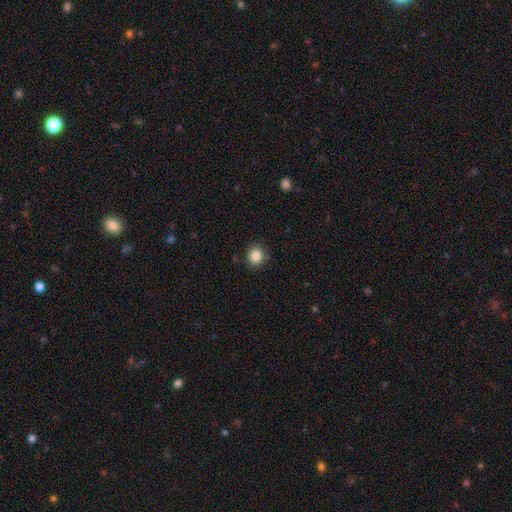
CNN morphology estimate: Q: Smooth or featured?
A: smooth (85%); runner-up: star or artifact (10%)
Q: How rounded?
A: round (83%); runner-up: in between (16%)
Q: Merging?
A: none (88%); runner-up: minor disturbance (8%)